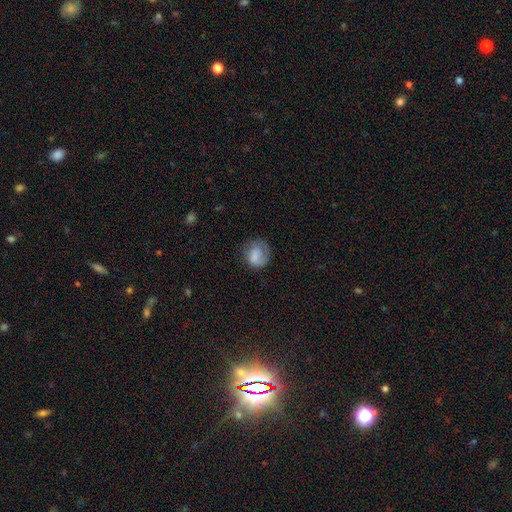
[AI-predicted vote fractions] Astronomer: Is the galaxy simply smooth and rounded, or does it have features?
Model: smooth — 69%.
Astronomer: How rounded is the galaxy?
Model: round — 71%.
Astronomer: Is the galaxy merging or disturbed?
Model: none — 54%.